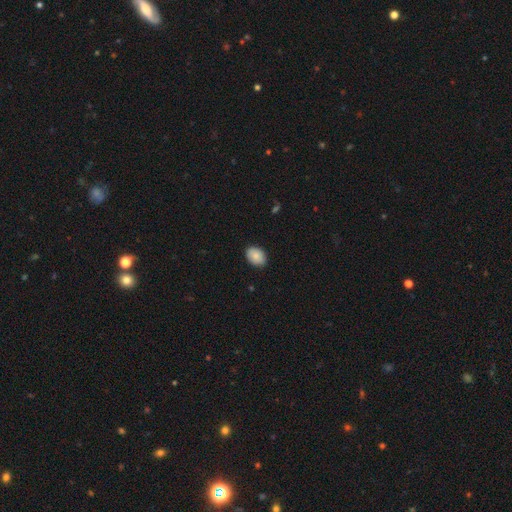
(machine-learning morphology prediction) type=smooth (86%); roundness=in between (74%); merging=none (86%).